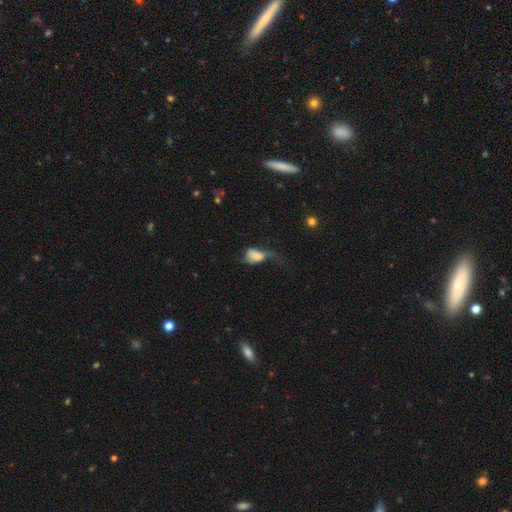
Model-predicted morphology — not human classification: smooth-or-featured: smooth: 62% | featured or disk: 29% | star or artifact: 9%
  how-rounded: in between: 83% | round: 14% | cigar-shaped: 4%
  merging: major disturbance: 59% | minor disturbance: 18% | none: 16% | merger: 7%